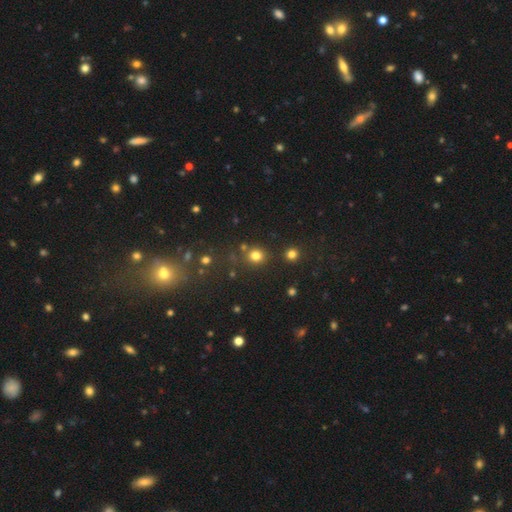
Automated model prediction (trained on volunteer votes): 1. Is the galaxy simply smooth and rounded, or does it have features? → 78% smooth, 17% star or artifact, 6% featured or disk.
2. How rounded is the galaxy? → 83% round, 16% in between, 1% cigar-shaped.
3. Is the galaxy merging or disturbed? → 81% none, 9% minor disturbance, 7% merger, 3% major disturbance.